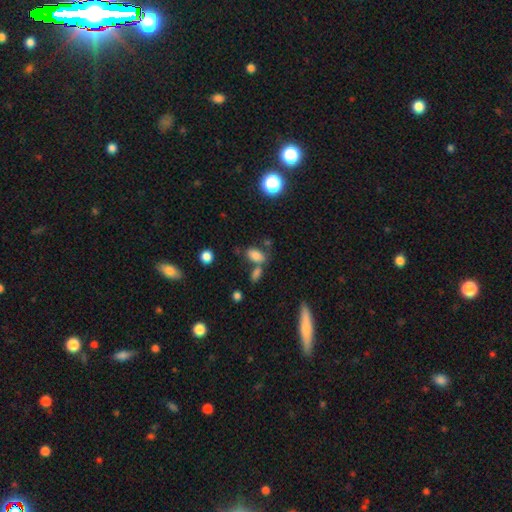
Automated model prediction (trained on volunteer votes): Smooth or featured: smooth — 79% (star or artifact — 11%)
How rounded: in between — 88% (round — 8%)
Merging: none — 54% (merger — 25%)